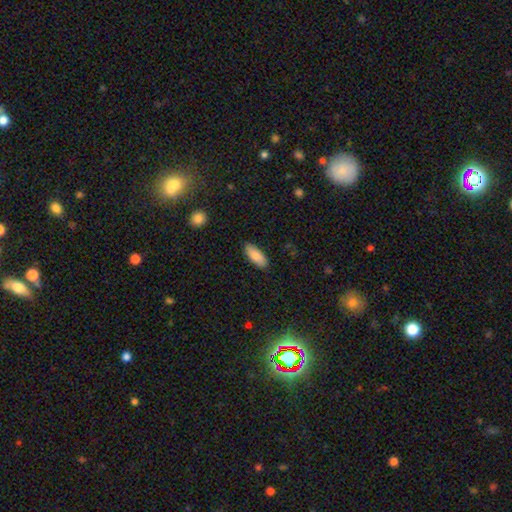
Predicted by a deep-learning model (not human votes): Q: Smooth or featured?
A: smooth (83%); runner-up: featured or disk (11%)
Q: How rounded?
A: in between (80%); runner-up: cigar-shaped (18%)
Q: Merging?
A: none (86%); runner-up: minor disturbance (11%)